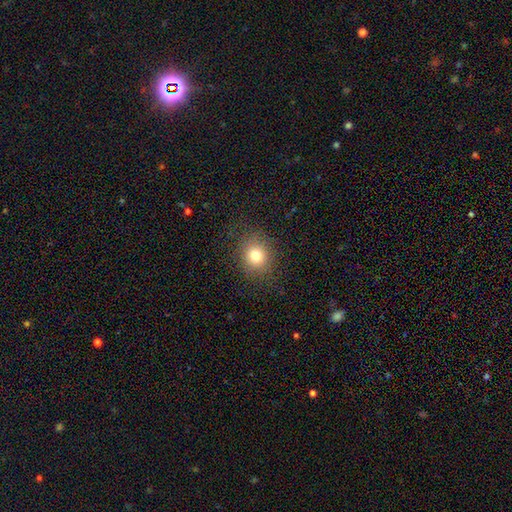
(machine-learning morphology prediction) The model was most divided on "how rounded": round: 80%, in between: 19%, cigar-shaped: 1%. More confident: merging — none (86%); smooth or featured — smooth (78%).